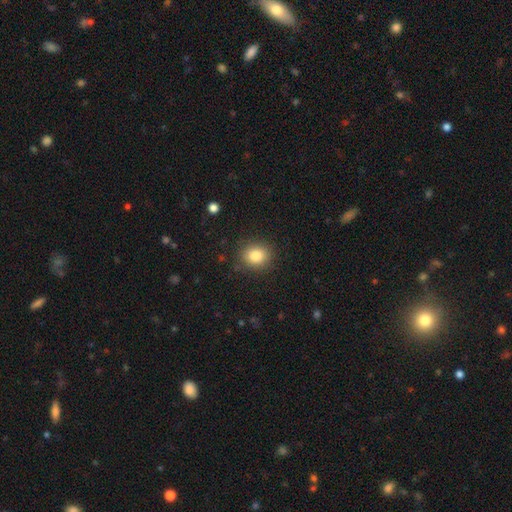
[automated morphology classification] A smooth galaxy with no disk features (84%) that is round (65%). Merging: none (86%).